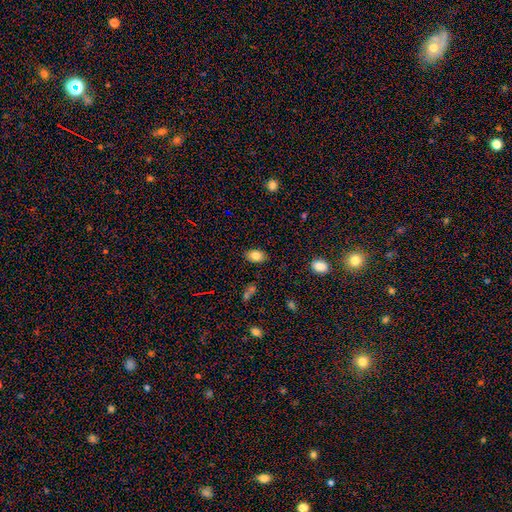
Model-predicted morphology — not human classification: smooth_or_featured: smooth (p=0.82) [alt: star or artifact p=0.09]
how_rounded: in between (p=0.87) [alt: round p=0.12]
merging: none (p=0.85) [alt: minor disturbance p=0.11]